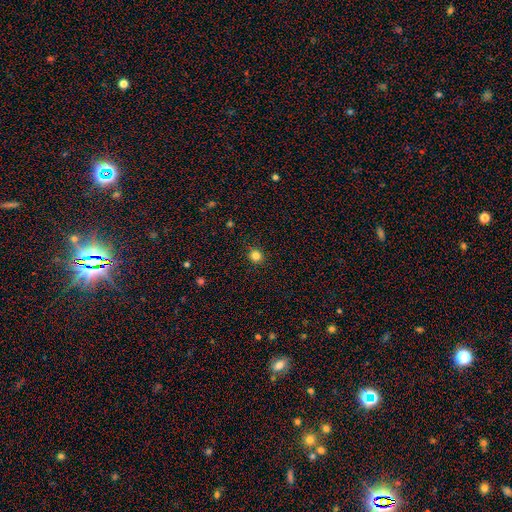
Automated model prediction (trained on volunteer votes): Smooth or featured?
  - smooth: 83% *
  - star or artifact: 13%
  - featured or disk: 4%
How rounded?
  - round: 89% *
  - in between: 11%
  - cigar-shaped: 1%
Merging?
  - none: 91% *
  - minor disturbance: 6%
  - major disturbance: 2%
  - merger: 1%